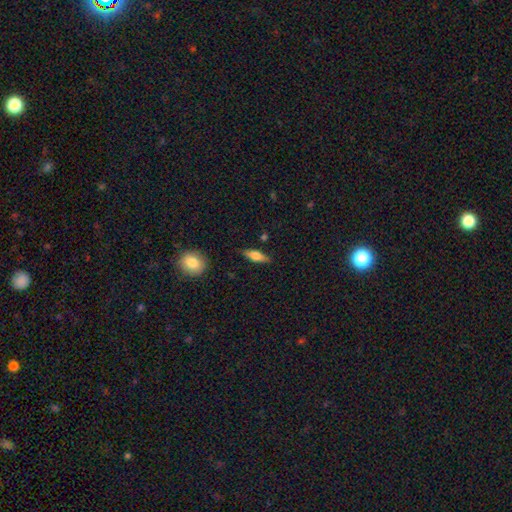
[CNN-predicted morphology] Overall: smooth (58%; featured or disk 35%). How rounded: in between (49%; cigar-shaped 47%). Merging: none (84%).